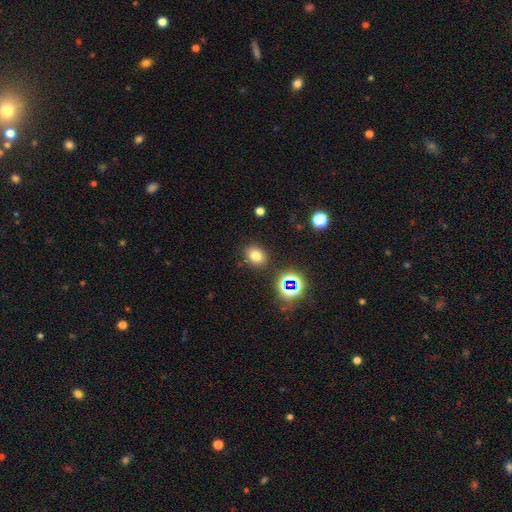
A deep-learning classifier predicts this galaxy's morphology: This appears to be a smooth galaxy with no disk features (75%) that is round (53%). Merging: none (85%).